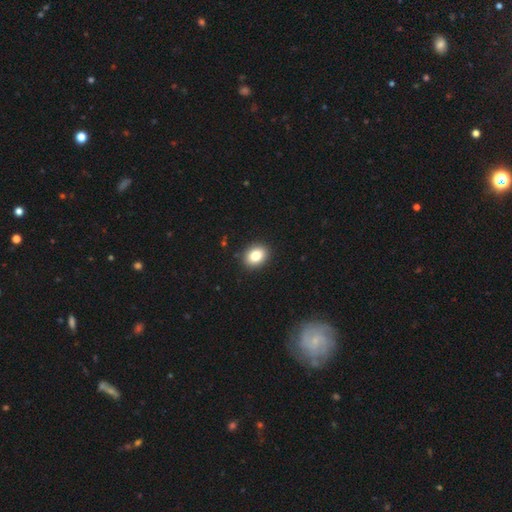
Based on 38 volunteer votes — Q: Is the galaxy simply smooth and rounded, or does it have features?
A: smooth — 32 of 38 (84%).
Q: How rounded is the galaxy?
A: in between — 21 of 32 (66%).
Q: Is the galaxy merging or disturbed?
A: none — 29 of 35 (83%).